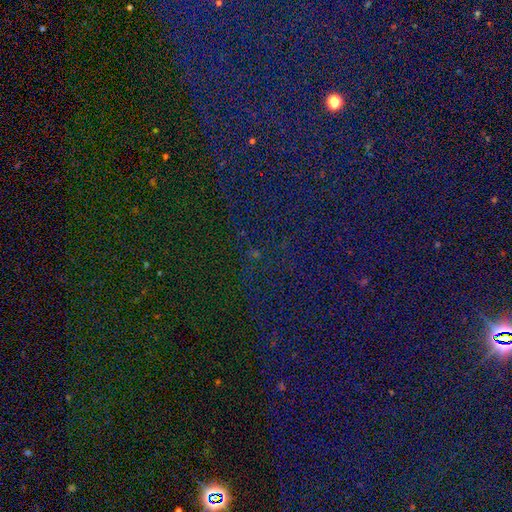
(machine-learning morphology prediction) A star or artifact, not a galaxy (80%).